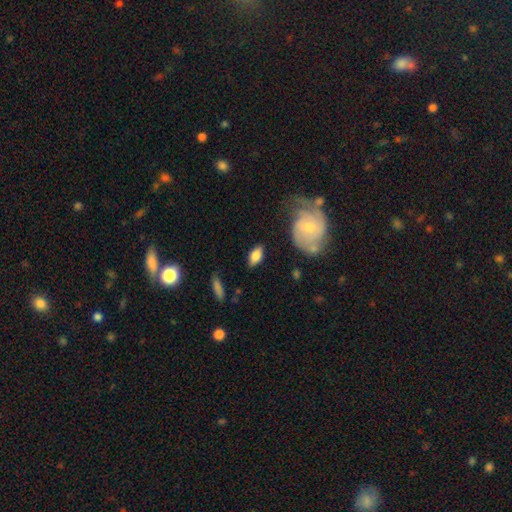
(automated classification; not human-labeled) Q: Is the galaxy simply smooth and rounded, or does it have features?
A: smooth — 74%.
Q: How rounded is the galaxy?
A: in between — 88%.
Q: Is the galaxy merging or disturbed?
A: none — 79%.